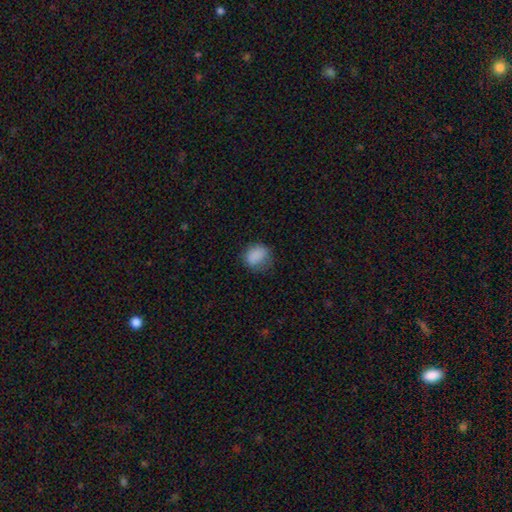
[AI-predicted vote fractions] The model was most divided on "how rounded": round: 54%, in between: 45%, cigar-shaped: 1%. More confident: smooth or featured — smooth (85%); merging — none (65%).